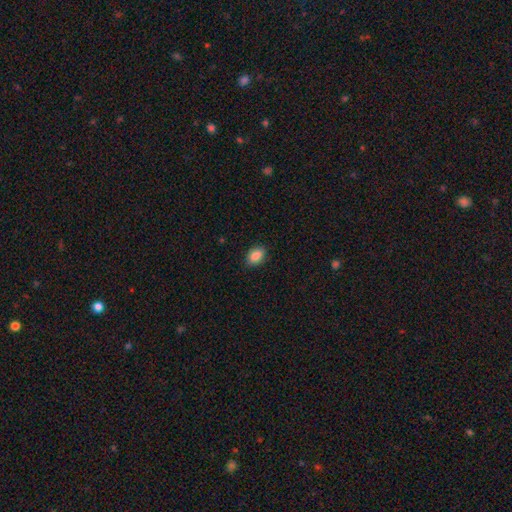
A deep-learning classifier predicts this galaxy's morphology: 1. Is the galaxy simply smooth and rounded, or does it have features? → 88% smooth, 8% star or artifact, 4% featured or disk.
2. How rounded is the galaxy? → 83% in between, 15% round, 1% cigar-shaped.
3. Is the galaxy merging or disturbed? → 88% none, 9% minor disturbance, 2% major disturbance, 1% merger.